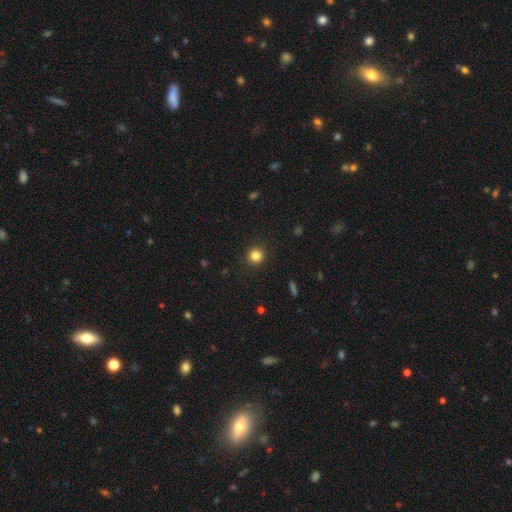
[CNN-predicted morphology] type=smooth (83%); roundness=round (93%); merging=none (92%).